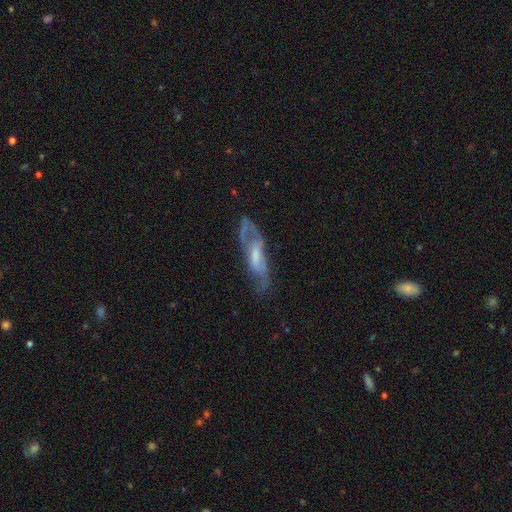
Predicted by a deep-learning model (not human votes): Smooth or featured?
  - featured or disk: 77% *
  - smooth: 17%
  - star or artifact: 6%
Edge-on disk?
  - no: 79% *
  - yes: 21%
Bar?
  - weak: 46% *
  - no: 33%
  - strong: 22%
Spiral arms?
  - yes: 84% *
  - no: 16%
Spiral winding?
  - medium: 48% *
  - tight: 28%
  - loose: 24%
Spiral arm count?
  - 2: 66% *
  - can't tell: 21%
  - 1: 7%
  - 3: 3%
  - 4: 1%
  - more than 4: 1%
Bulge size?
  - moderate: 40% *
  - small: 36%
  - none: 15%
  - large: 8%
  - dominant: 1%
Merging?
  - none: 63% *
  - minor disturbance: 21%
  - major disturbance: 14%
  - merger: 2%